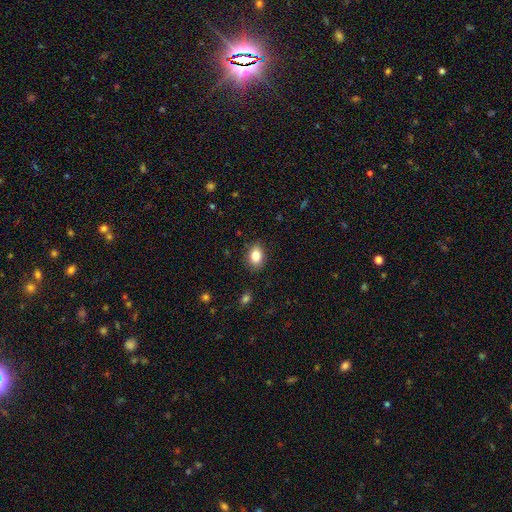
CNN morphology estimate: Overall: smooth (84%). How rounded: in between (79%). Merging: none (86%).